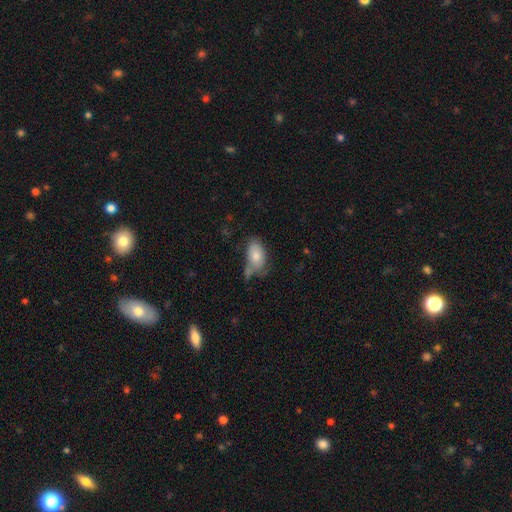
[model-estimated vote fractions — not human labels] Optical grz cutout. It shows a smooth galaxy with no disk features (77%) that is in between round and cigar-shaped (92%). Merging: none (40%).